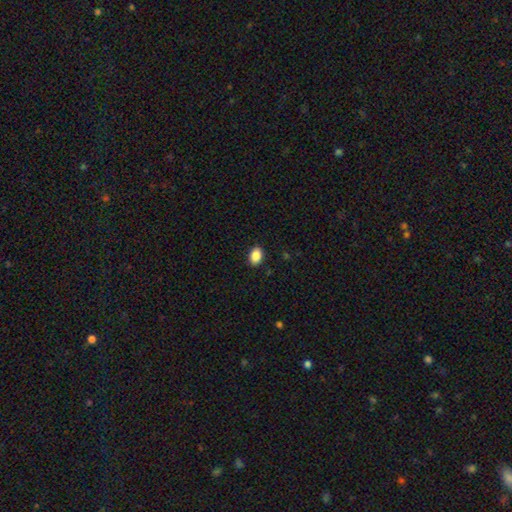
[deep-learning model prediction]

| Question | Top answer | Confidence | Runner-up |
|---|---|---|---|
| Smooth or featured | smooth | 88% | star or artifact (8%) |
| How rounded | in between | 80% | round (19%) |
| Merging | none | 89% | minor disturbance (8%) |